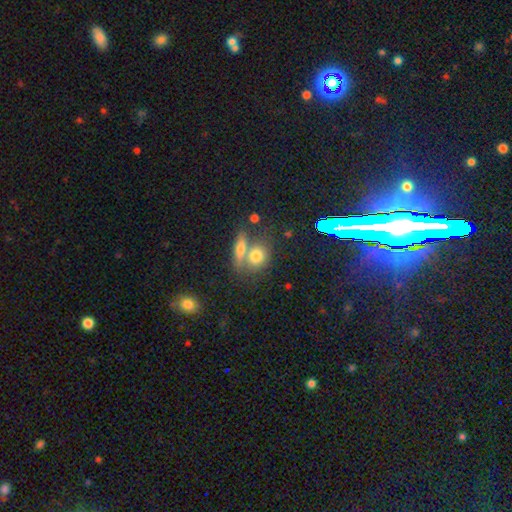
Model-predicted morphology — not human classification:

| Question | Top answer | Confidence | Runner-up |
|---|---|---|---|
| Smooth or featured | smooth | 73% | featured or disk (16%) |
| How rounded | round | 50% | in between (44%) |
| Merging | merger | 44% | none (42%) |